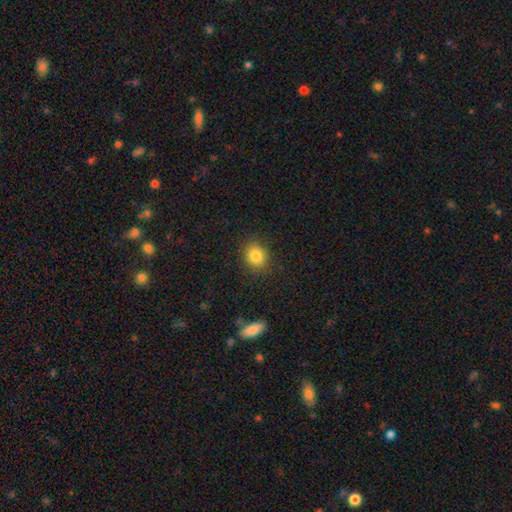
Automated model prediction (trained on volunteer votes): Smooth or featured?
  - smooth: 84% *
  - star or artifact: 10%
  - featured or disk: 6%
How rounded?
  - round: 69% *
  - in between: 30%
  - cigar-shaped: 1%
Merging?
  - none: 87% *
  - minor disturbance: 9%
  - major disturbance: 3%
  - merger: 1%